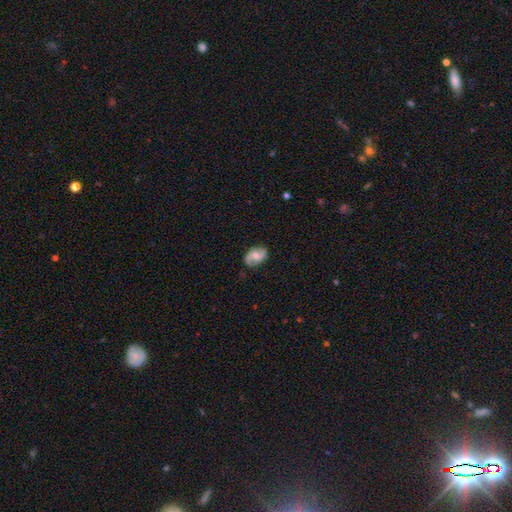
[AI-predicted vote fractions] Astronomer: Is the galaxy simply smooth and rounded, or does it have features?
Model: featured or disk — 65%.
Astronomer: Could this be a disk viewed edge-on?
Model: no — 97%.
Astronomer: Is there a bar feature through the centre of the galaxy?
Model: weak — 47% (runner-up: no, 42%).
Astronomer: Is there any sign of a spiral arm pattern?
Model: yes — 92%.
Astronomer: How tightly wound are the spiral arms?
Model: medium — 42%, tied with loose at 42%.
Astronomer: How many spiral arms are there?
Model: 2 — 89%.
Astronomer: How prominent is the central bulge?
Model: moderate — 48% (runner-up: small, 29%).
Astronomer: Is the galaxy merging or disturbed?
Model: none — 78%.